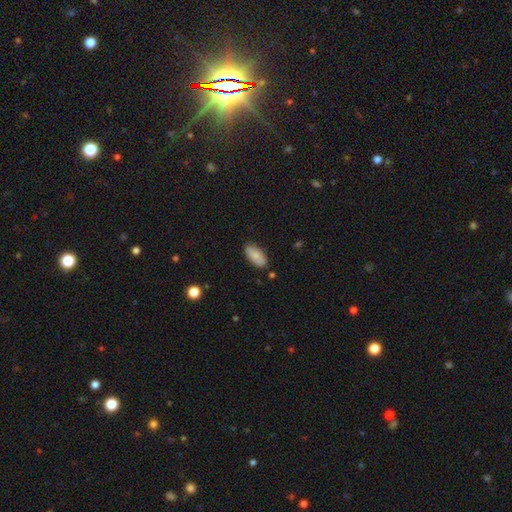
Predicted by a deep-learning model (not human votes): Overall: smooth (83%). How rounded: in between (89%). Merging: none (78%).